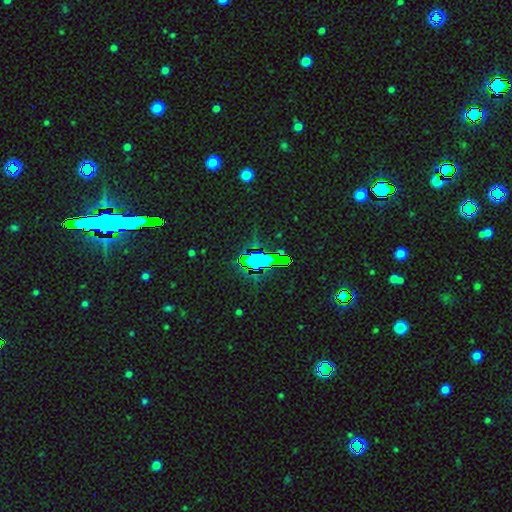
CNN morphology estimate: type=star or artifact (73%).